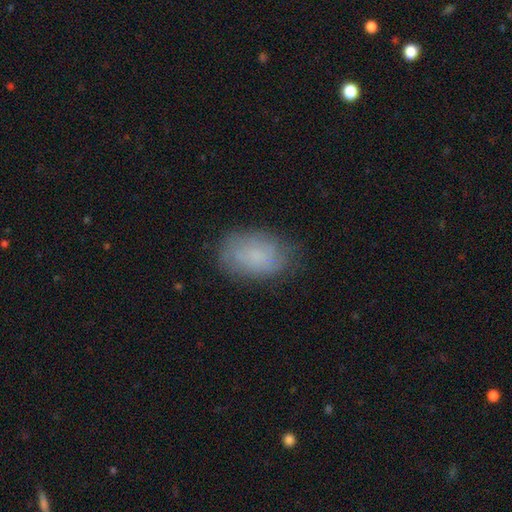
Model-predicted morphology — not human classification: type=smooth (69%); roundness=in between (87%); merging=none (75%).